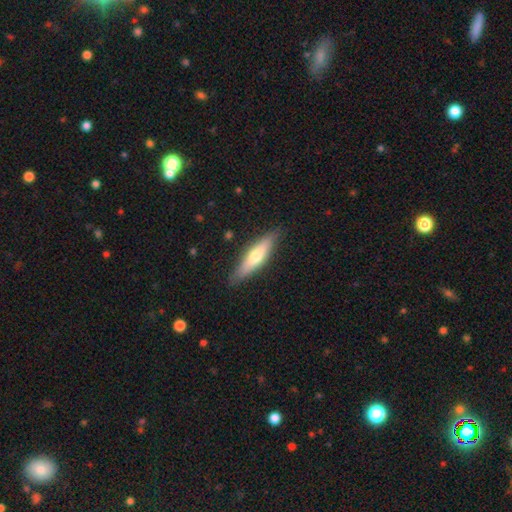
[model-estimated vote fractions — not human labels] Morphology: type=smooth (55%); roundness=cigar-shaped (74%); merging=none (86%).